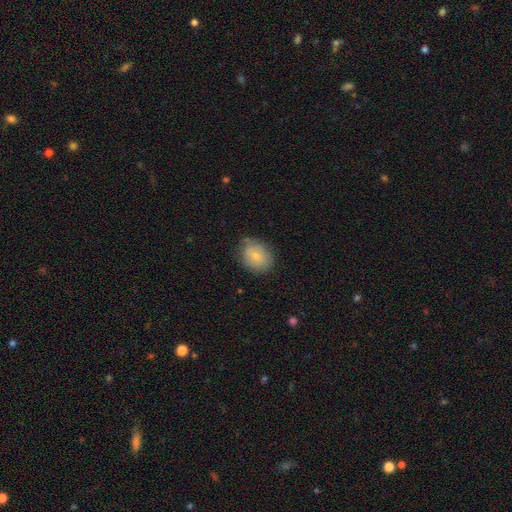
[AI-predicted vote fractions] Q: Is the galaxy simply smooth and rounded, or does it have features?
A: smooth — 75%.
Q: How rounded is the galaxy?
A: round — 59%.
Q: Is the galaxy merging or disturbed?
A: none — 71%.